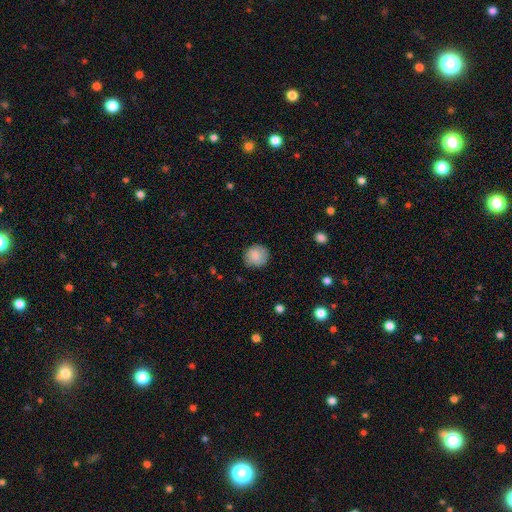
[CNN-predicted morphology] This appears to be a smooth galaxy with no disk features (82%) that is round (88%). Merging: none (81%).